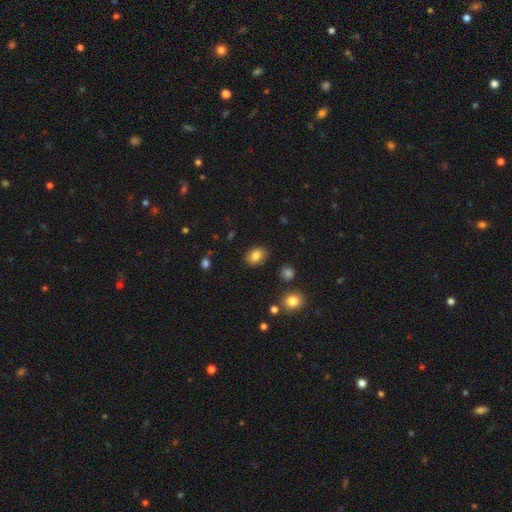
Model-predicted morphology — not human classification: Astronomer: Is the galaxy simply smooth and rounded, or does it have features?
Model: smooth — 84%.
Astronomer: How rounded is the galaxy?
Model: in between — 65%.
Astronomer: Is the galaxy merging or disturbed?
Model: none — 87%.